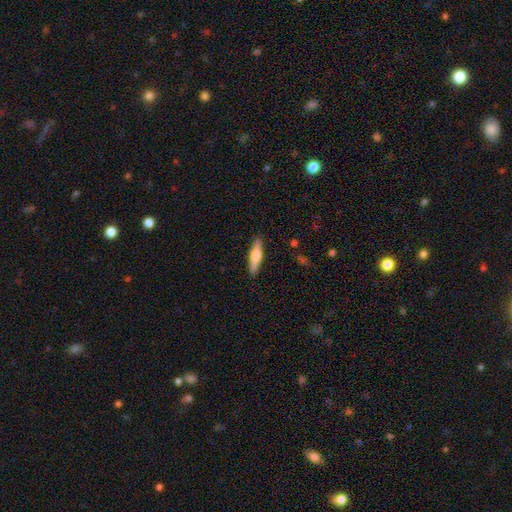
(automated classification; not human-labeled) Q: Smooth or featured?
A: smooth (53%); runner-up: featured or disk (41%)
Q: How rounded?
A: cigar-shaped (78%); runner-up: in between (20%)
Q: Merging?
A: none (90%); runner-up: minor disturbance (7%)